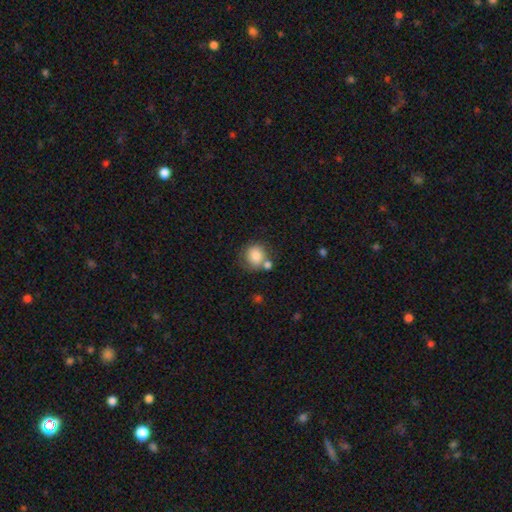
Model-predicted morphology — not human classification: Smooth or featured: smooth — 82% (featured or disk — 9%)
How rounded: round — 83% (in between — 16%)
Merging: none — 58% (merger — 22%)